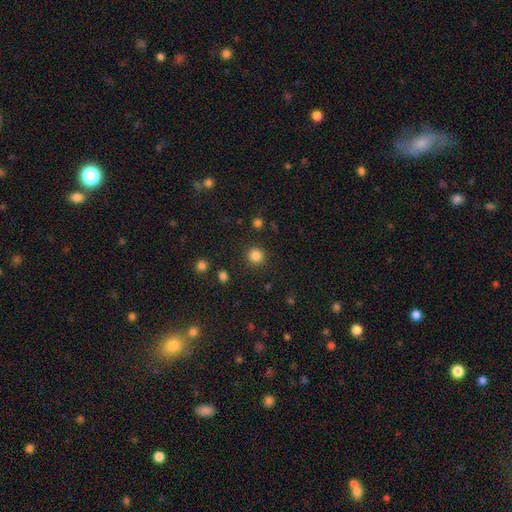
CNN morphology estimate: This appears to be a smooth galaxy with no disk features (84%) that is round (93%). Merging: none (90%).